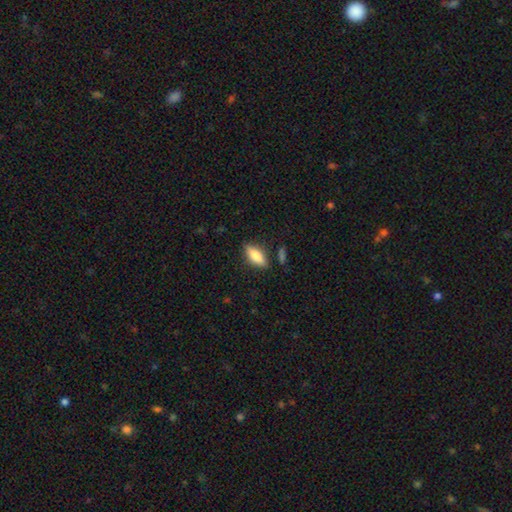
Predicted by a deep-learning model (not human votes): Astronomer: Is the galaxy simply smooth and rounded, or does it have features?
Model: smooth — 75%.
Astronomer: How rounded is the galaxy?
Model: in between — 75%.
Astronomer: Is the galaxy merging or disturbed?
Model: none — 82%.